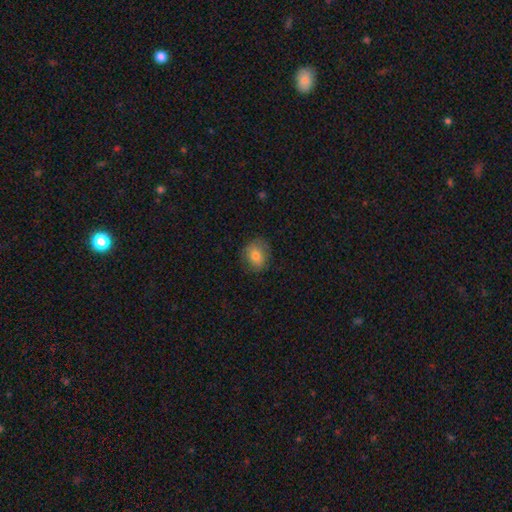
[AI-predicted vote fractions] Overall: smooth (73%). How rounded: round (62%; in between 37%). Merging: none (74%).